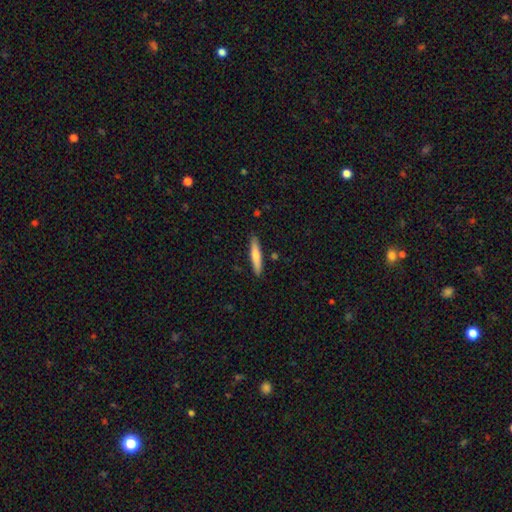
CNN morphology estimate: Smooth or featured? smooth (69%)
How rounded? cigar-shaped (88%)
Merging? none (88%)